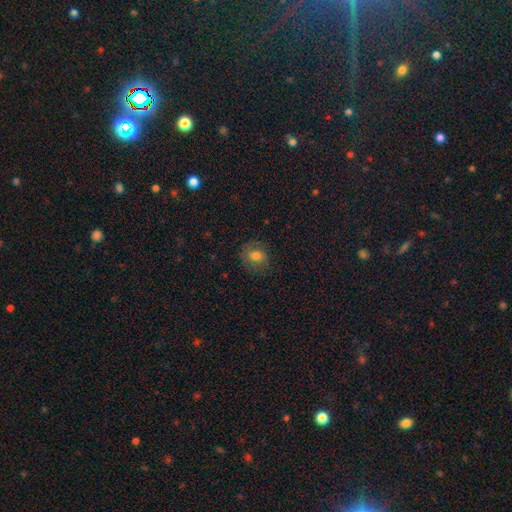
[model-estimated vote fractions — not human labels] This appears to be a smooth galaxy with no disk features (72%) that is round (68%). Merging: none (76%).